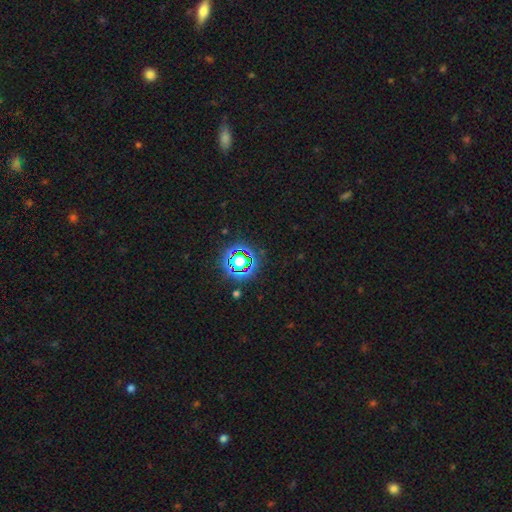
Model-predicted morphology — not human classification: The model was most divided on "smooth or featured": star or artifact: 76%, smooth: 16%, featured or disk: 8%.